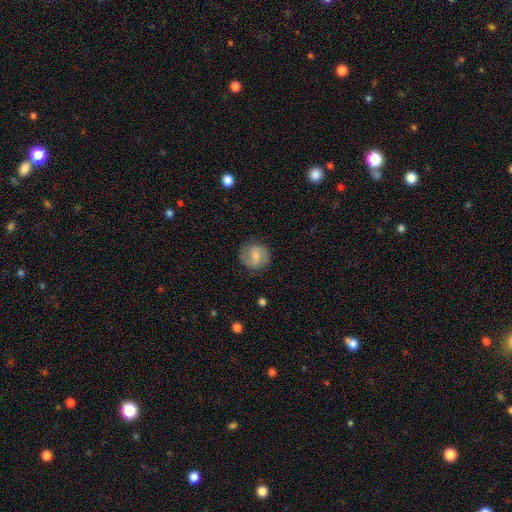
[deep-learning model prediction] The model was most divided on "smooth or featured": smooth: 51%, featured or disk: 42%, star or artifact: 7%. More confident: how rounded — round (84%); merging — none (81%).